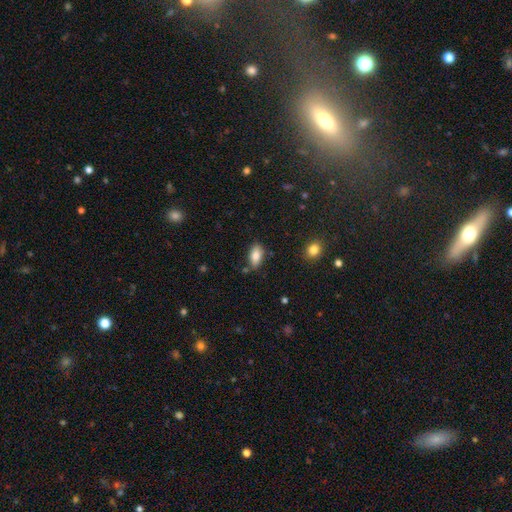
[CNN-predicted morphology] smooth-or-featured: smooth: 84% | featured or disk: 8% | star or artifact: 8%
  how-rounded: in between: 91% | cigar-shaped: 5% | round: 4%
  merging: none: 76% | minor disturbance: 16% | merger: 5% | major disturbance: 3%